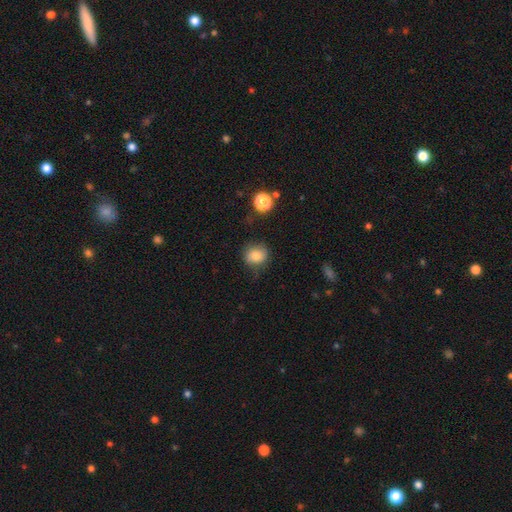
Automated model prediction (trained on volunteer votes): A smooth galaxy with no disk features (79%) that is round (74%).

Vote fractions:
- Smooth or featured? smooth: 79% / star or artifact: 11% / featured or disk: 10%
- How rounded? round: 74% / in between: 25% / cigar-shaped: 1%
- Merging? none: 74% / minor disturbance: 19% / major disturbance: 5% / merger: 2%